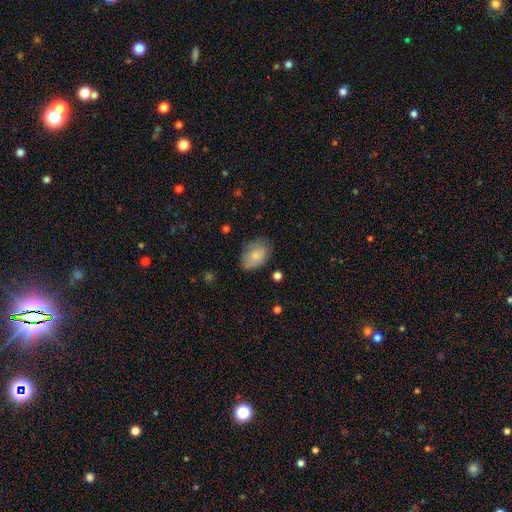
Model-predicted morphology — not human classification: This is clearly a smooth galaxy (80%). How rounded: clearly in between (86%). Merging: likely none (72%).